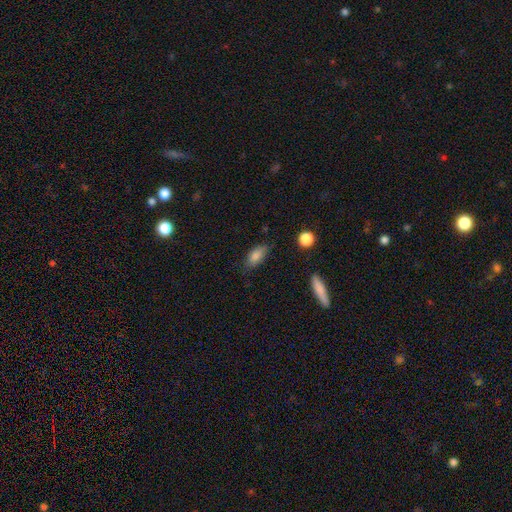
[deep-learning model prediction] Overall: smooth (81%). How rounded: in between (83%). Merging: none (73%).